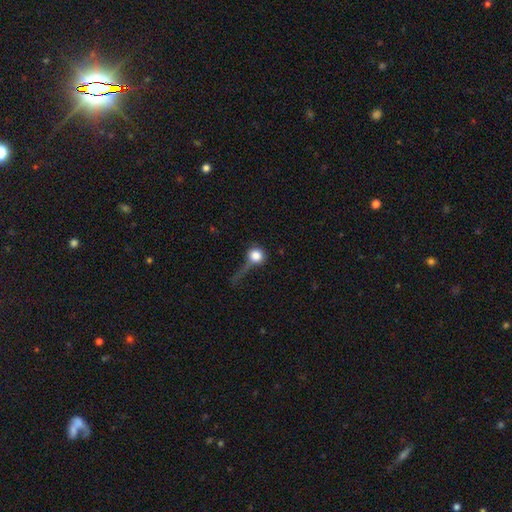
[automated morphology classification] smooth_or_featured: smooth (p=0.76) [alt: featured or disk p=0.14]
how_rounded: round (p=0.87) [alt: in between p=0.11]
merging: major disturbance (p=0.38) [alt: none p=0.32]